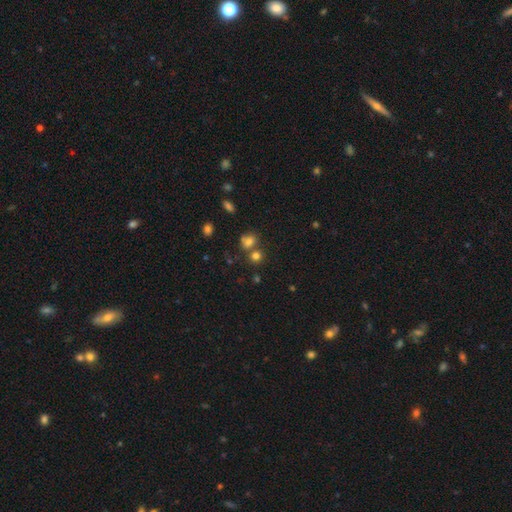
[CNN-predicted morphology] smooth 74%, star or artifact 17%, featured or disk 9%. Down the decision tree: how rounded — round (80%); merging — none (57%).